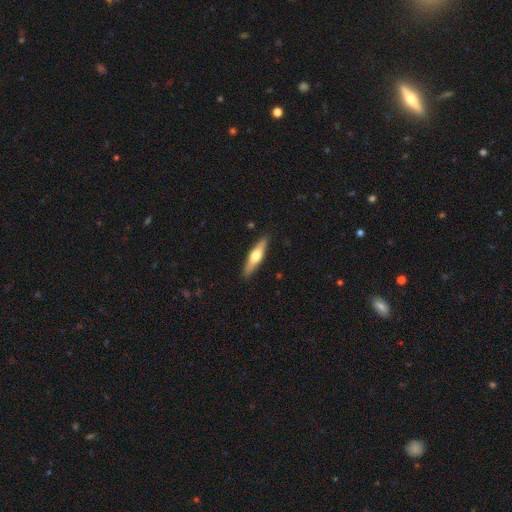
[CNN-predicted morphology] This is possibly a featured or disk galaxy (51%). It is clearly viewed edge-on (93%). Merging: clearly none (89%).